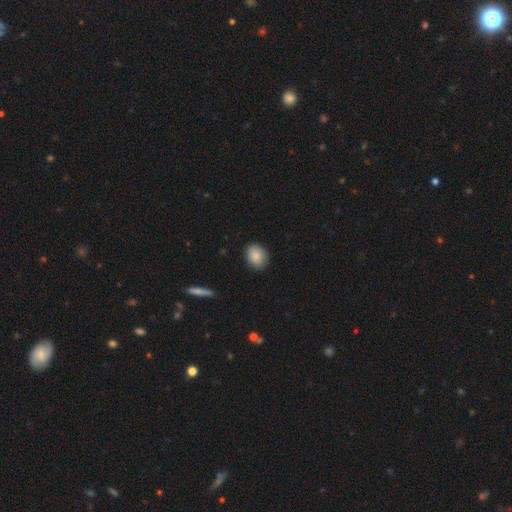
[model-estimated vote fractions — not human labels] The model was most divided on "how rounded": in between: 51%, round: 48%, cigar-shaped: 1%. More confident: smooth or featured — smooth (88%); merging — none (87%).